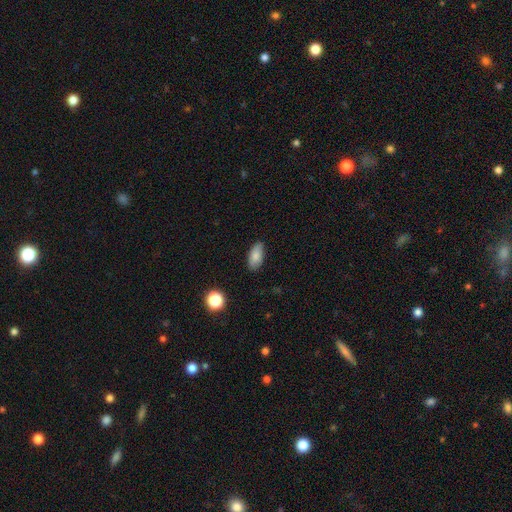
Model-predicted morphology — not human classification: Q: Smooth or featured?
A: smooth (83%); runner-up: featured or disk (9%)
Q: How rounded?
A: in between (90%); runner-up: cigar-shaped (7%)
Q: Merging?
A: none (83%); runner-up: minor disturbance (13%)